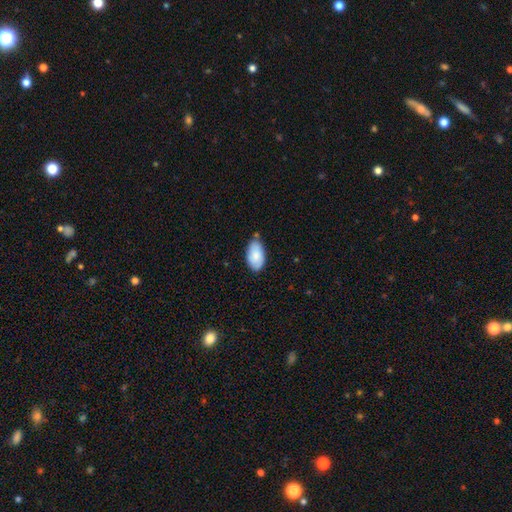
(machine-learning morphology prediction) Smooth or featured? Predicted: smooth (p=0.83). How rounded? Predicted: in between (p=0.95). Merging? Predicted: none (p=0.67).